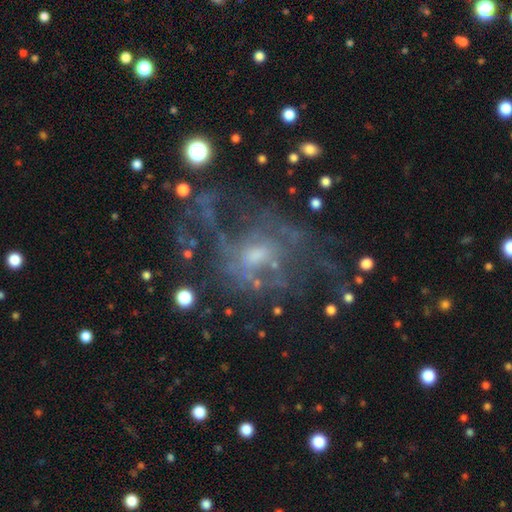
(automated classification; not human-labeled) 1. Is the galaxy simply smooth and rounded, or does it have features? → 68% featured or disk, 17% smooth, 15% star or artifact.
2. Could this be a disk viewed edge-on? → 97% no, 3% yes.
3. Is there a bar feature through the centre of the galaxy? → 67% no, 28% weak, 6% strong.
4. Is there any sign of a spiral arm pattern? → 55% yes, 45% no.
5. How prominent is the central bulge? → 43% moderate, 40% small, 11% none, 5% large, 1% dominant.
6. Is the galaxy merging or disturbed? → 45% none, 34% major disturbance, 17% minor disturbance, 5% merger.